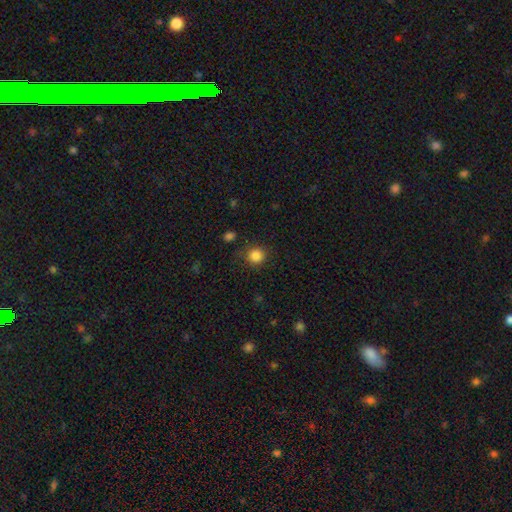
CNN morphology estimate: Smooth or featured? smooth (85%)
How rounded? round (91%)
Merging? none (85%)